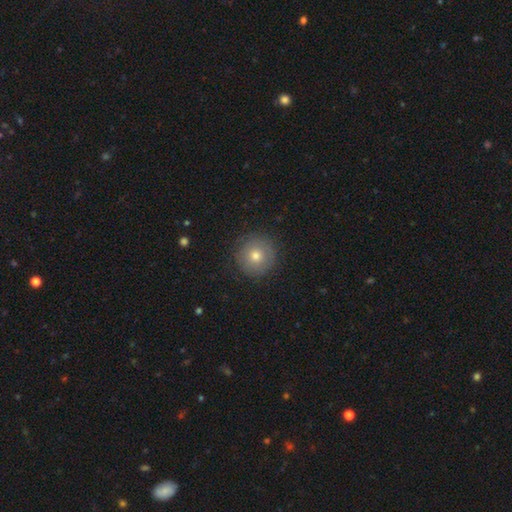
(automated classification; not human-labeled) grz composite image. It shows a smooth galaxy with no disk features (69%) that is round (96%). Merging: none (88%).